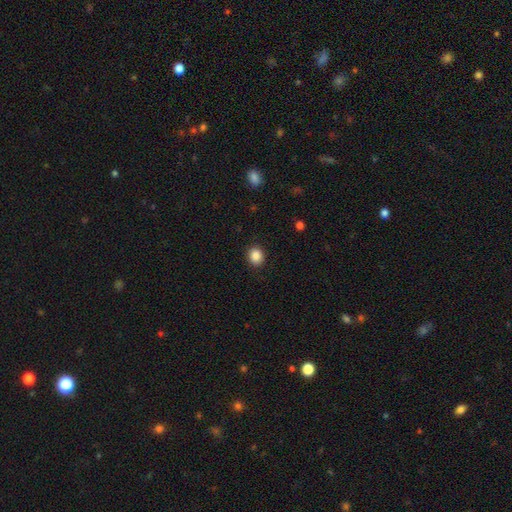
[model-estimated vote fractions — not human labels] A smooth galaxy with no disk features (87%) that is round (68%).

Vote fractions:
- Smooth or featured? smooth: 87% / star or artifact: 9% / featured or disk: 3%
- How rounded? round: 68% / in between: 32% / cigar-shaped: 1%
- Merging? none: 90% / minor disturbance: 6% / major disturbance: 2% / merger: 1%